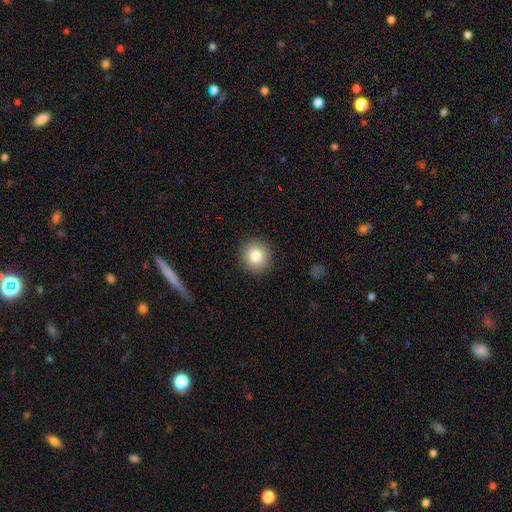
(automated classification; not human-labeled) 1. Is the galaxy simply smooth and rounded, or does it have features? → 82% smooth, 9% star or artifact, 8% featured or disk.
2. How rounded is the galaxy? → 91% round, 8% in between, 1% cigar-shaped.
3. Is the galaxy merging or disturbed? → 91% none, 6% minor disturbance, 2% major disturbance, 1% merger.